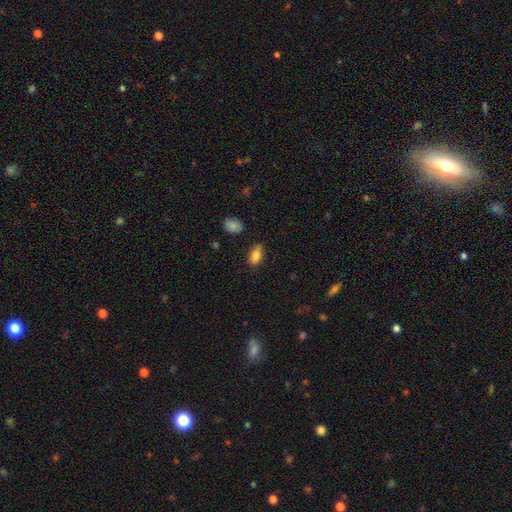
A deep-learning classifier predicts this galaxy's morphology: This appears to be a smooth galaxy with no disk features (82%) that is in between round and cigar-shaped (90%). Merging: none (77%).